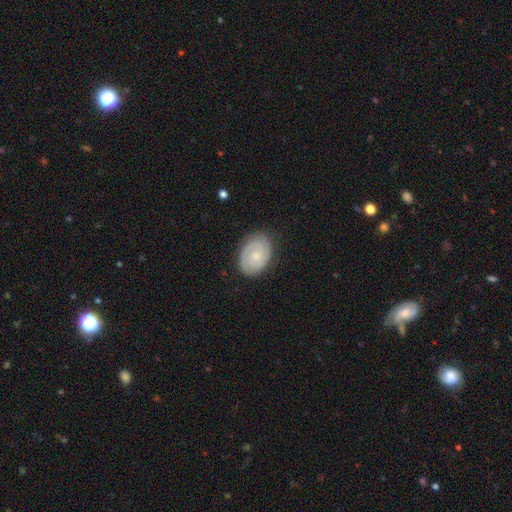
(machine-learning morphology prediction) A featured or disk galaxy (67%) with no bar (74%), 2 (60%) tight (68%) spiral arms (90%) and a small central bulge (60%). Merging: none (81%).